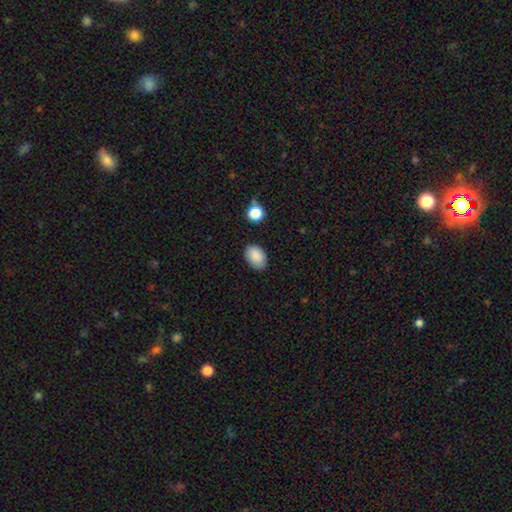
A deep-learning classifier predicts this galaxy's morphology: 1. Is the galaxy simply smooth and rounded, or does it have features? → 87% smooth, 8% star or artifact, 5% featured or disk.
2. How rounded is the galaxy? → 84% in between, 15% round, 1% cigar-shaped.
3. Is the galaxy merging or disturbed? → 81% none, 14% minor disturbance, 3% major disturbance, 2% merger.